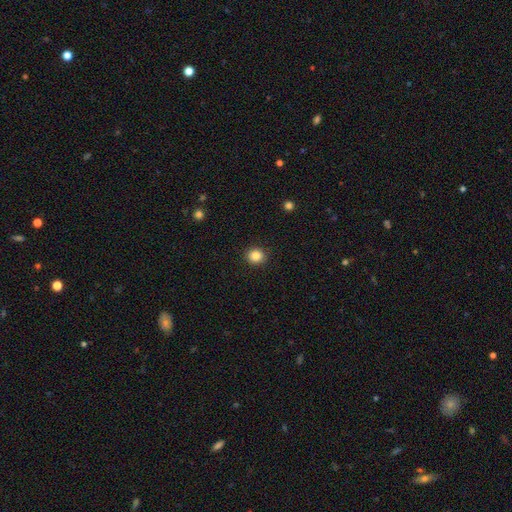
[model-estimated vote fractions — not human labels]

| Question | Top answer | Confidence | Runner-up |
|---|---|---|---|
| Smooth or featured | smooth | 85% | star or artifact (10%) |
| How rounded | round | 86% | in between (14%) |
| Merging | none | 91% | minor disturbance (6%) |